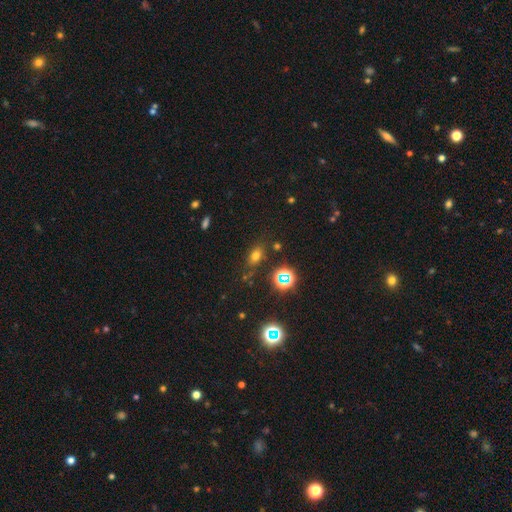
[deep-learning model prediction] smooth 62%, star or artifact 28%, featured or disk 10%. Down the decision tree: how rounded — in between (71%); merging — none (75%).